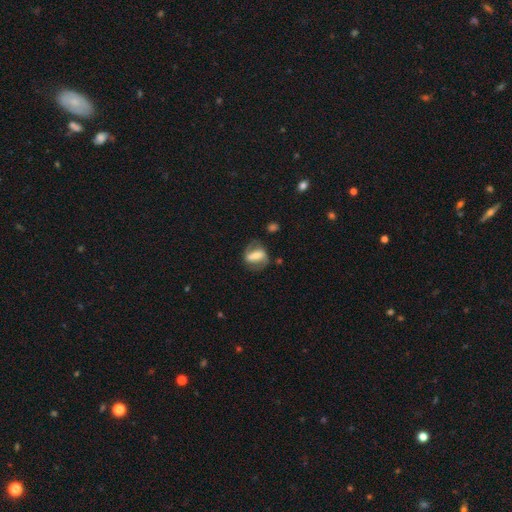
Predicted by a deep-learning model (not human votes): smooth_or_featured: featured or disk (p=0.57) [alt: smooth p=0.35]
disk_edge_on: no (p=0.89) [alt: yes p=0.11]
bar: strong (p=0.65) [alt: weak p=0.21]
has_spiral_arms: yes (p=0.65) [alt: no p=0.35]
bulge_size: moderate (p=0.40) [alt: small p=0.36]
merging: none (p=0.68) [alt: minor disturbance p=0.18]